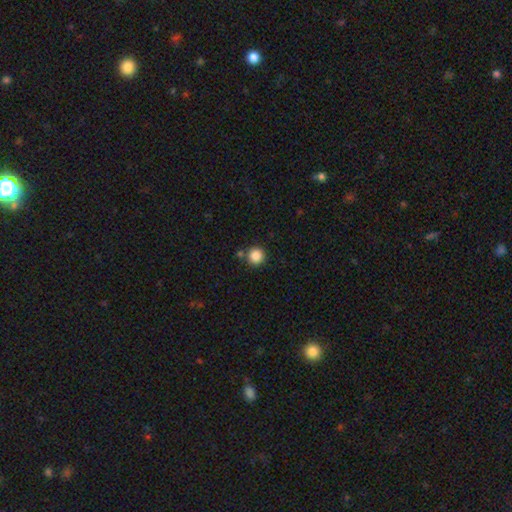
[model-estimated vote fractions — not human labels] Morphology: type=smooth (87%); roundness=round (94%); merging=none (82%).